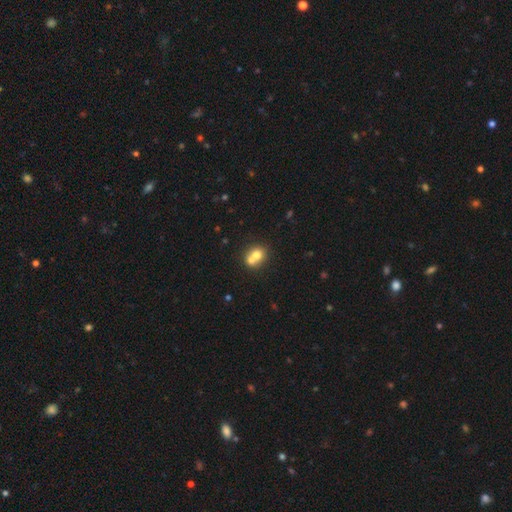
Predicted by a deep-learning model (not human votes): Smooth or featured? smooth (69%)
How rounded? round (75%)
Merging? merger (59%)